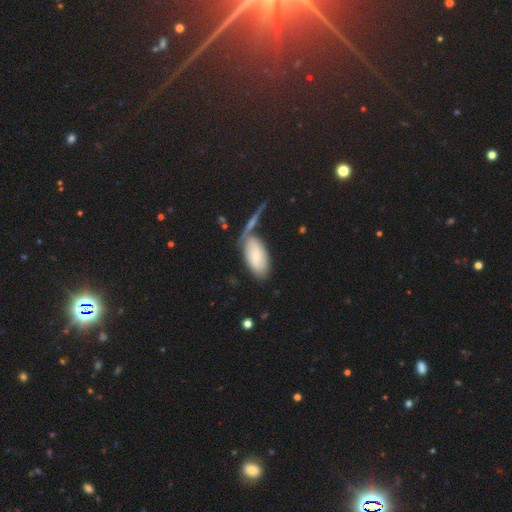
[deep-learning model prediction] Q: Smooth or featured?
A: smooth (70%); runner-up: featured or disk (24%)
Q: How rounded?
A: in between (91%); runner-up: cigar-shaped (7%)
Q: Merging?
A: none (51%); runner-up: merger (24%)